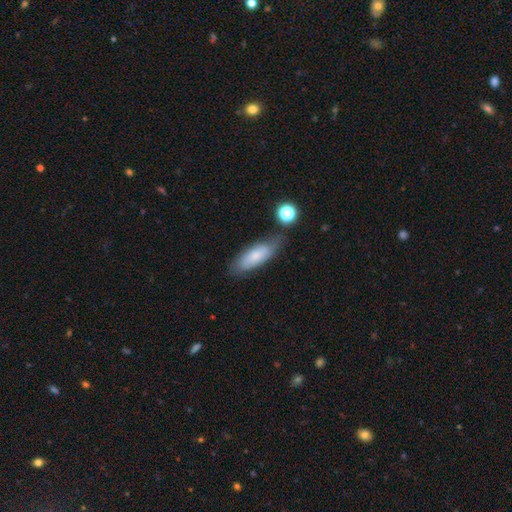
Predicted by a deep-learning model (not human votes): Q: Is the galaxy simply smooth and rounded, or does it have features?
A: smooth — 73%.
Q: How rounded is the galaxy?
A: in between — 65%.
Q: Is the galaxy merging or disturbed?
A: none — 68%.